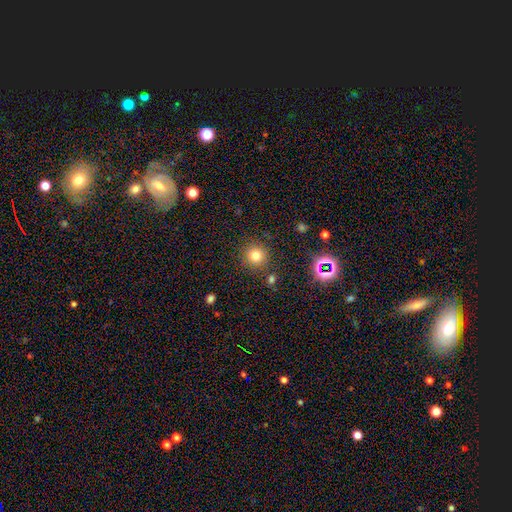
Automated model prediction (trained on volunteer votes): Smooth or featured? Predicted: smooth (p=0.77). How rounded? Predicted: round (p=0.93). Merging? Predicted: none (p=0.86).